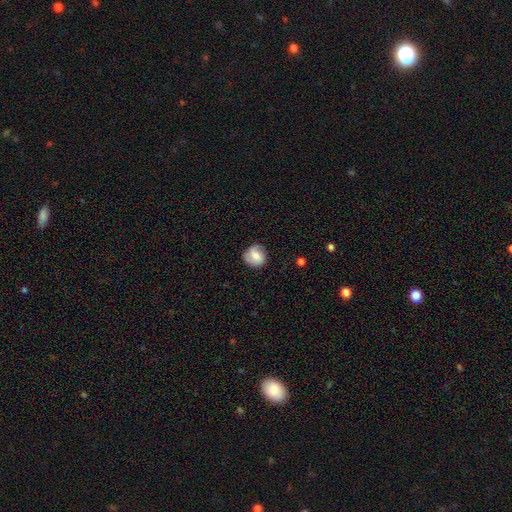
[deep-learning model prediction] Smooth or featured: smooth — 65% (featured or disk — 27%)
How rounded: round — 85% (in between — 14%)
Merging: none — 77% (minor disturbance — 18%)